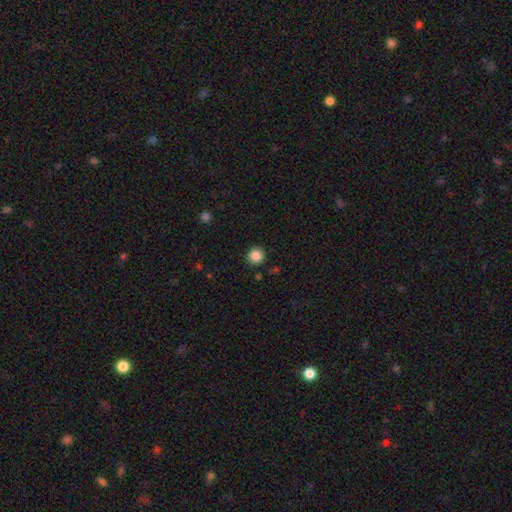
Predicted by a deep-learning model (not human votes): This appears to be a smooth galaxy with no disk features (86%) that is round (94%). Merging: none (91%).